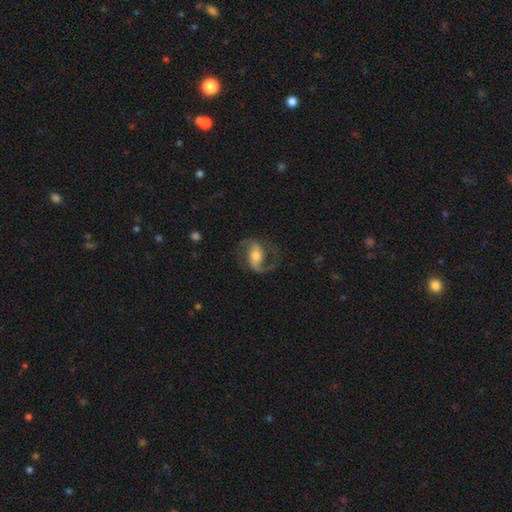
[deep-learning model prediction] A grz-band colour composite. It shows a featured or disk galaxy (82%) with a weak bar (39%), 2 (85%) medium (45%) spiral arms (94%) and a moderate central bulge (62%). Merging: none (70%).